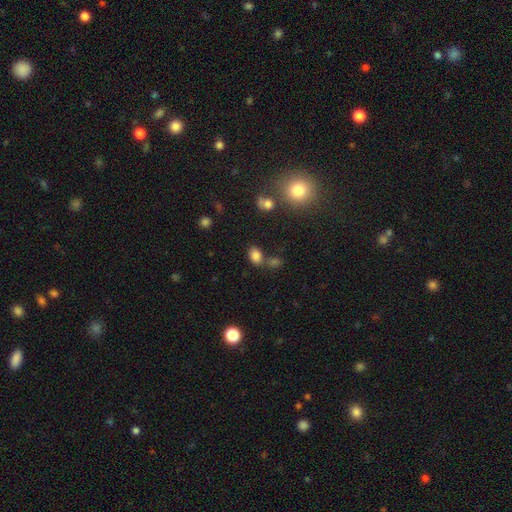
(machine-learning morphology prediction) Overall: smooth (81%). How rounded: in between (82%). Merging: none (61%).